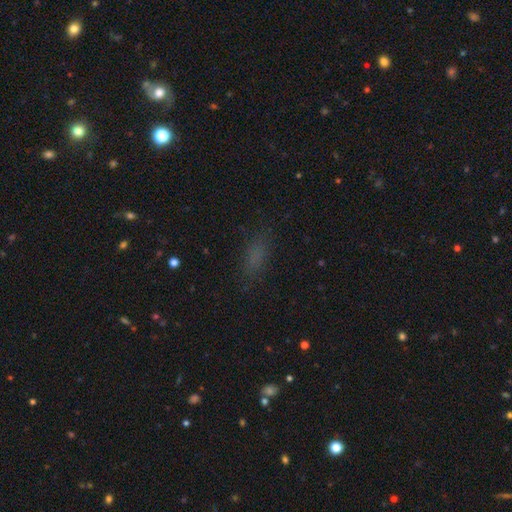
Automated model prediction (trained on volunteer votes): This appears to be a smooth galaxy with no disk features (69%) that is in between round and cigar-shaped (66%). Merging: none (78%).